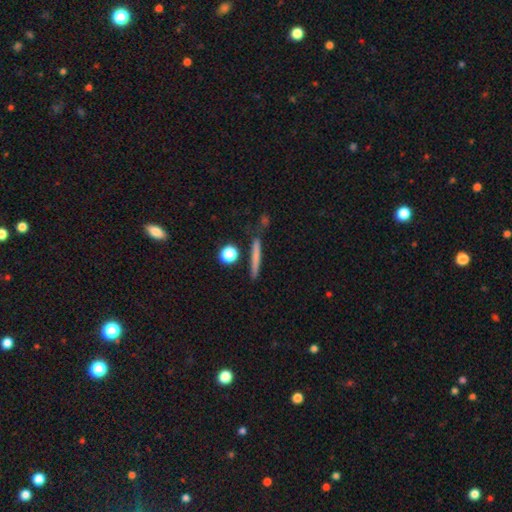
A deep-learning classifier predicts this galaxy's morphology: Smooth or featured?
  - smooth: 68% *
  - featured or disk: 23%
  - star or artifact: 9%
How rounded?
  - cigar-shaped: 87% *
  - round: 8%
  - in between: 6%
Merging?
  - none: 81% *
  - minor disturbance: 10%
  - merger: 5%
  - major disturbance: 3%